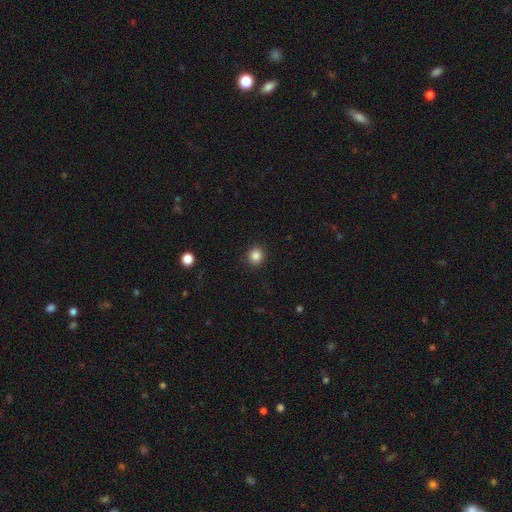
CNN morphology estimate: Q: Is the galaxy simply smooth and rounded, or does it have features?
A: smooth — 85%.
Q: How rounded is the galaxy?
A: round — 91%.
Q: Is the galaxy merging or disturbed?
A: none — 91%.